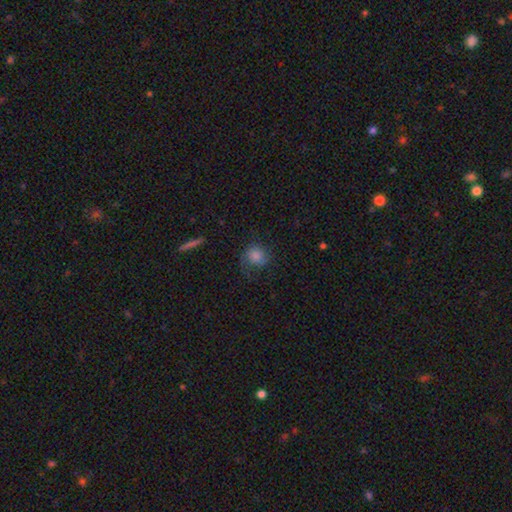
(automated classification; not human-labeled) A smooth galaxy with no disk features (65%) that is round (79%). Merging: none (57%).